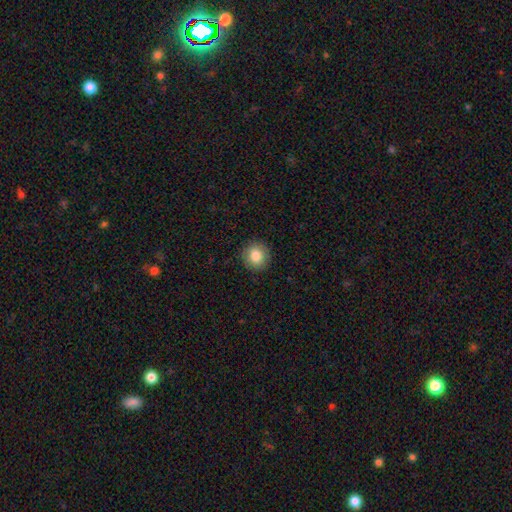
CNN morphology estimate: Q: Smooth or featured?
A: smooth (83%); runner-up: star or artifact (9%)
Q: How rounded?
A: round (88%); runner-up: in between (11%)
Q: Merging?
A: none (90%); runner-up: minor disturbance (7%)